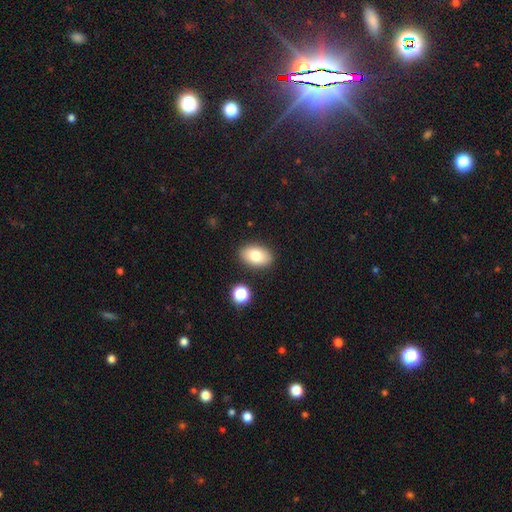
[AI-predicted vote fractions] This is likely a smooth galaxy (79%). How rounded: clearly in between (89%). Merging: clearly none (87%).